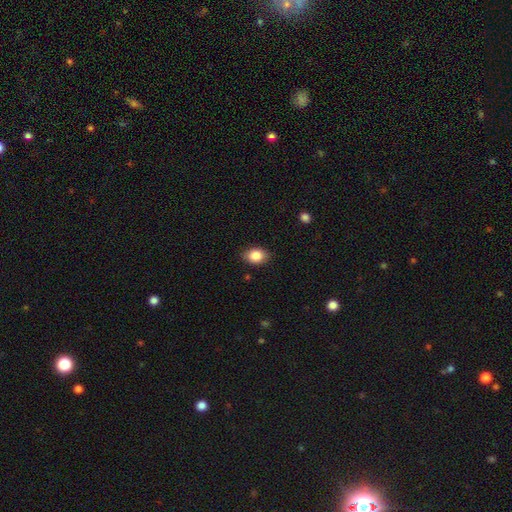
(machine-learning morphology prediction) A smooth galaxy with no disk features (86%) that is in between round and cigar-shaped (71%). Merging: none (84%).